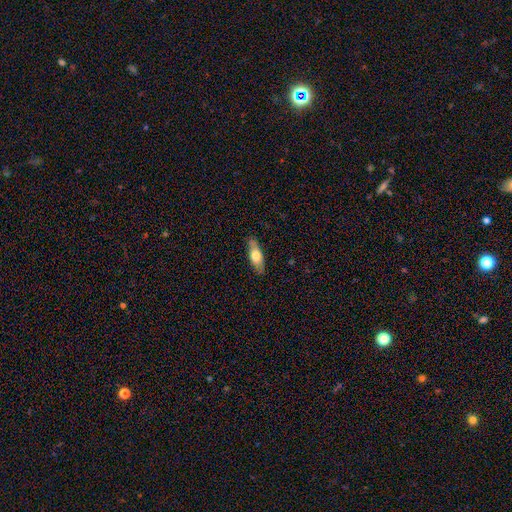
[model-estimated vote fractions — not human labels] Smooth or featured? Predicted: smooth (p=0.67). How rounded? Predicted: in between (p=0.64). Merging? Predicted: none (p=0.82).